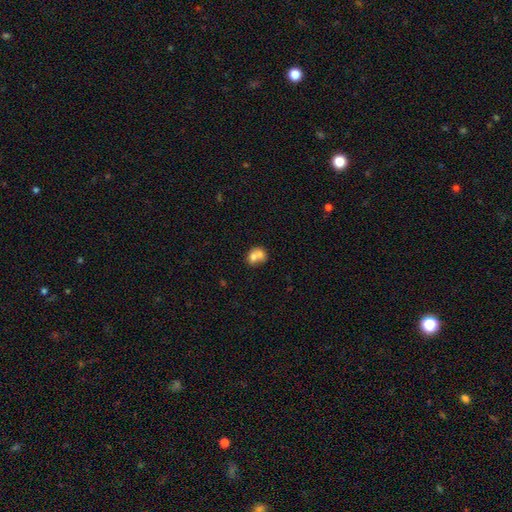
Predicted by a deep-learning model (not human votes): A smooth galaxy with no disk features (69%) that is round (55%).

Vote fractions:
- Smooth or featured? smooth: 69% / featured or disk: 22% / star or artifact: 9%
- How rounded? round: 55% / in between: 44% / cigar-shaped: 1%
- Merging? merger: 66% / none: 22% / minor disturbance: 8% / major disturbance: 4%